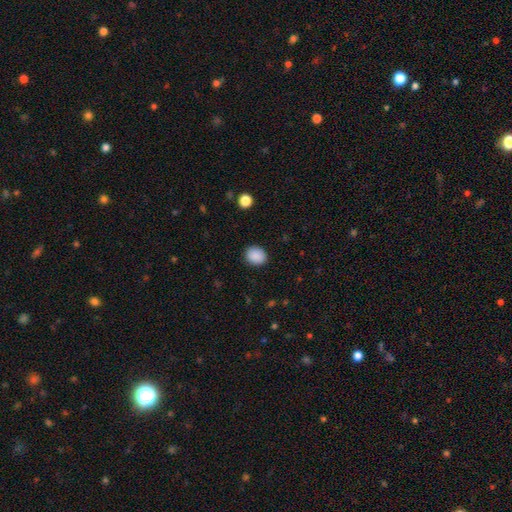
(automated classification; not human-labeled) A smooth galaxy with no disk features (89%) that is round (59%). Merging: none (88%).